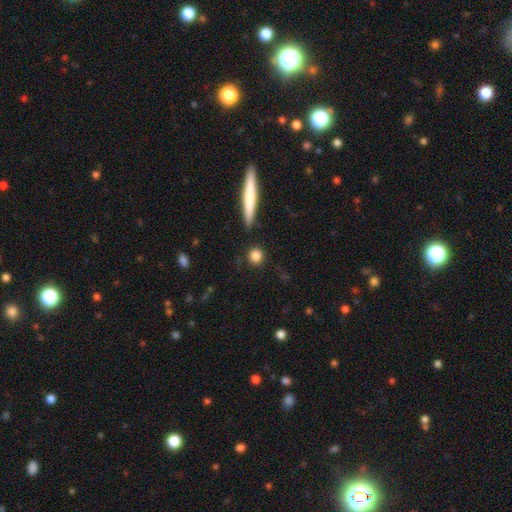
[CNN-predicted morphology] smooth 84%, star or artifact 8%, featured or disk 8%. Down the decision tree: how rounded — round (83%); merging — none (85%).